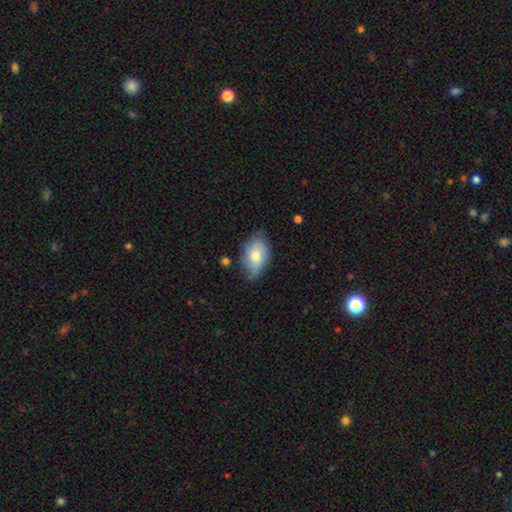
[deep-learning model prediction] This is likely a smooth galaxy (66%). How rounded: clearly in between (90%). Merging: likely none (62%).